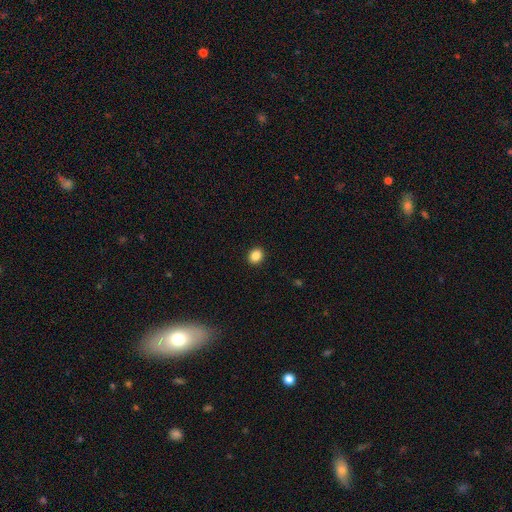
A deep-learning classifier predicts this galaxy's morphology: This is clearly a smooth galaxy (87%). How rounded: likely round (66%). Merging: clearly none (92%).